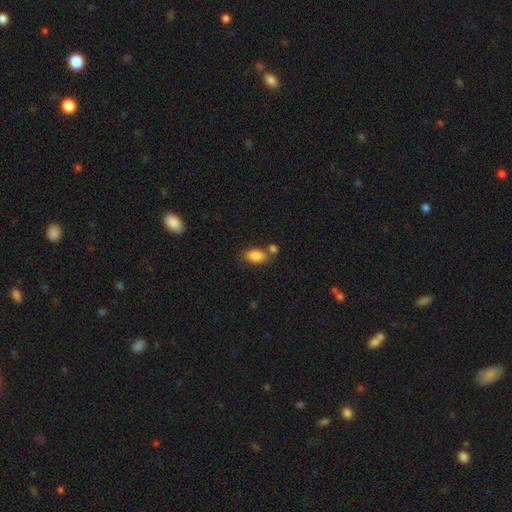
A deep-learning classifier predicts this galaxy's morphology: This is clearly a smooth galaxy (86%). How rounded: clearly in between (88%). Merging: likely none (61%).